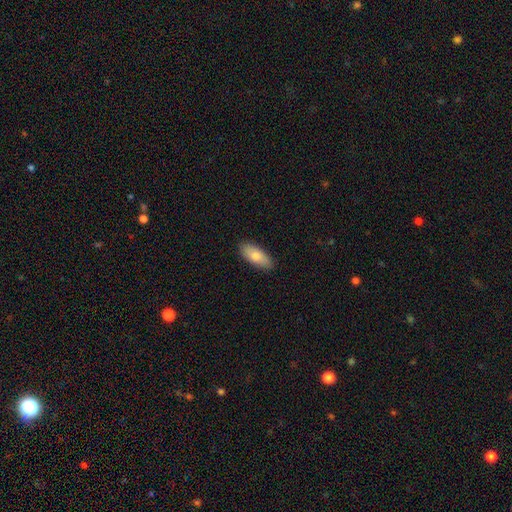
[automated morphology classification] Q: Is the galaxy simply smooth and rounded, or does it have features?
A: smooth — 80%.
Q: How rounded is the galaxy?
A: in between — 82%.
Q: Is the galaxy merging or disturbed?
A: none — 87%.